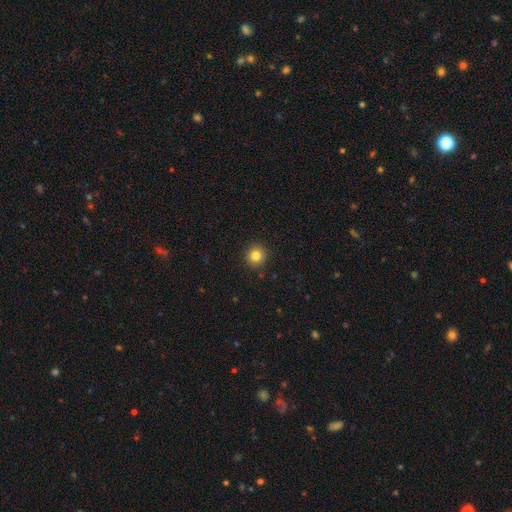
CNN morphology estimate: smooth_or_featured: smooth (p=0.83) [alt: star or artifact p=0.11]
how_rounded: round (p=0.95) [alt: in between p=0.04]
merging: none (p=0.92) [alt: minor disturbance p=0.05]